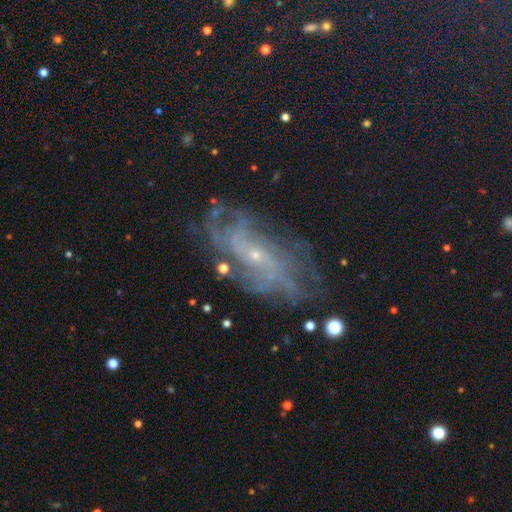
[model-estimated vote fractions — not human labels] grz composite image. It shows a featured or disk galaxy (69%) with no bar (64%), tight (46%) spiral arms (91%) and a small central bulge (85%). Merging: none (74%).